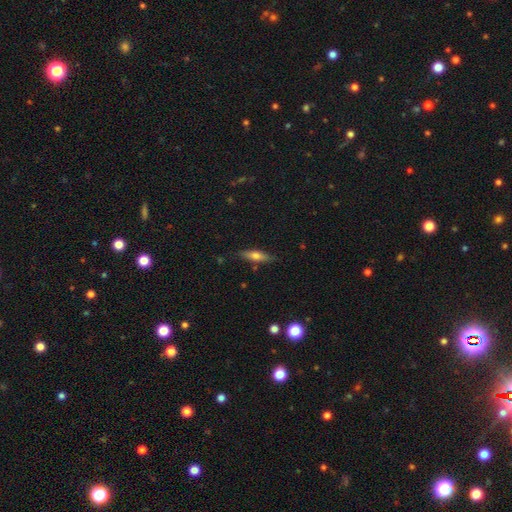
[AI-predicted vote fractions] smooth 60%, featured or disk 33%, star or artifact 7%. Down the decision tree: how rounded — cigar-shaped (62%); merging — none (82%).